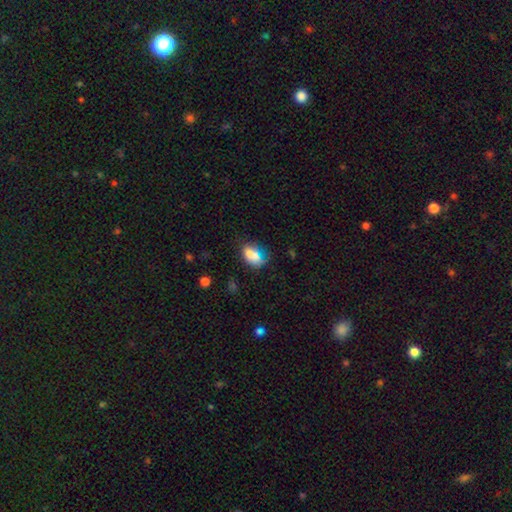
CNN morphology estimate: Smooth or featured? smooth (68%)
How rounded? in between (72%)
Merging? none (39%)